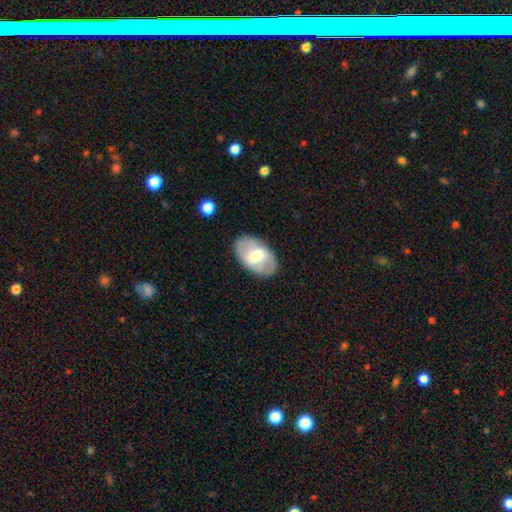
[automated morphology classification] A featured or disk galaxy (51%). Merging: none (84%).